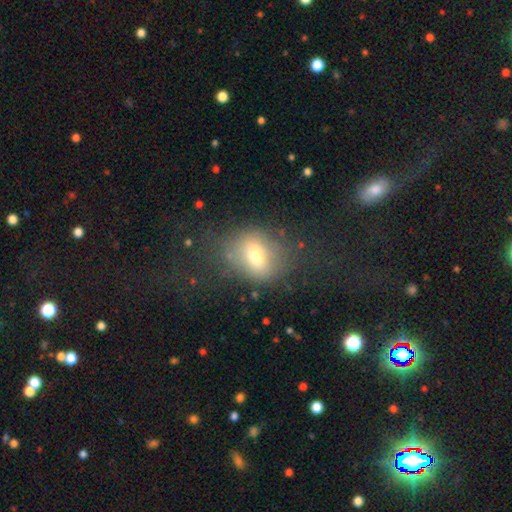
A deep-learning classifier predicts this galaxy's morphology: Smooth or featured: smooth — 65% (featured or disk — 21%)
How rounded: in between — 49% (tied with round — 49%)
Merging: none — 58% (minor disturbance — 21%)